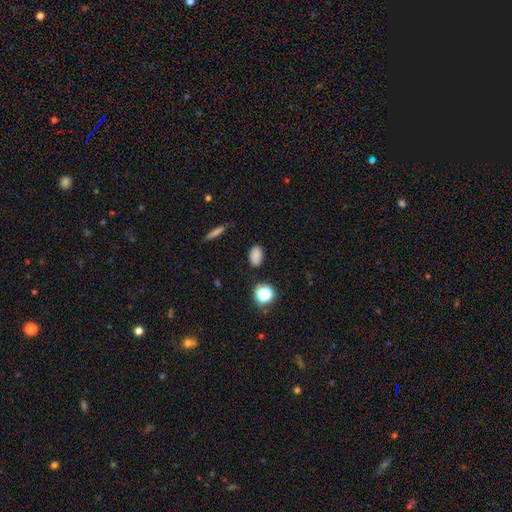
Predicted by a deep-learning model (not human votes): Smooth or featured?
  - smooth: 83% *
  - star or artifact: 13%
  - featured or disk: 4%
How rounded?
  - in between: 86% *
  - round: 12%
  - cigar-shaped: 2%
Merging?
  - none: 85% *
  - minor disturbance: 10%
  - major disturbance: 3%
  - merger: 2%